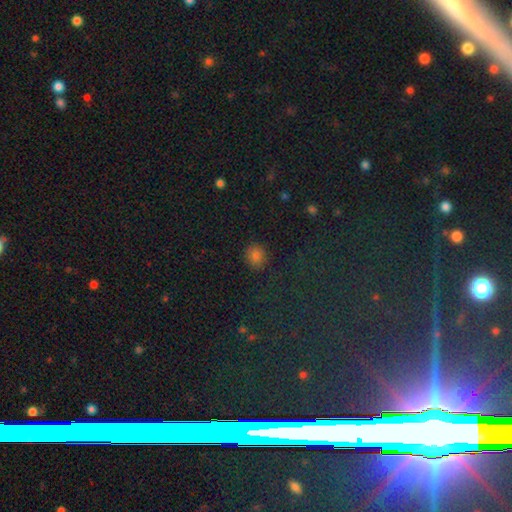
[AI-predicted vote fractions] A smooth galaxy with no disk features (78%) that is round (73%). Merging: none (88%).